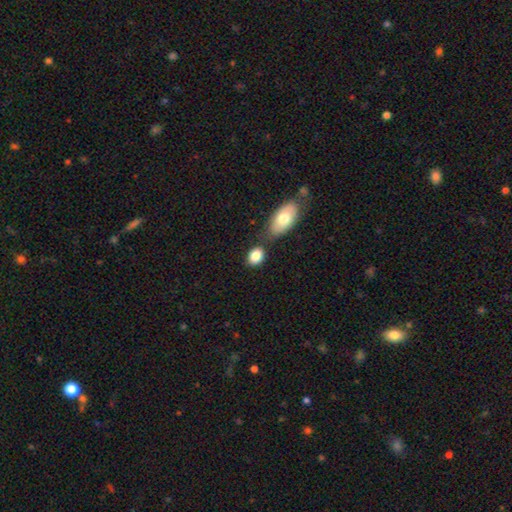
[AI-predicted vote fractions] The model was most divided on "merging": none: 63%, merger: 21%, minor disturbance: 13%, major disturbance: 4%. More confident: smooth or featured — smooth (84%); how rounded — in between (71%).